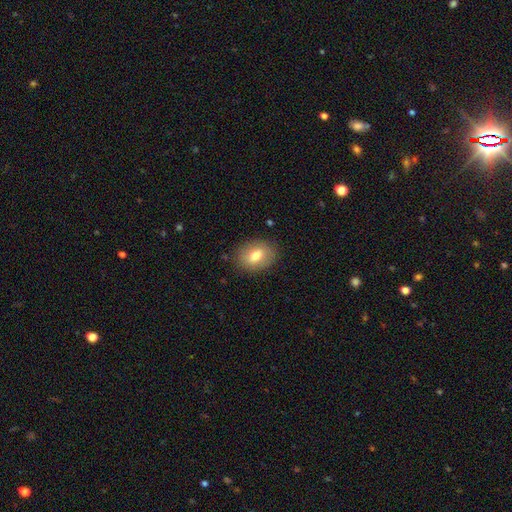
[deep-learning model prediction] Q: Smooth or featured?
A: smooth (74%); runner-up: featured or disk (18%)
Q: How rounded?
A: in between (70%); runner-up: round (29%)
Q: Merging?
A: none (85%); runner-up: minor disturbance (11%)